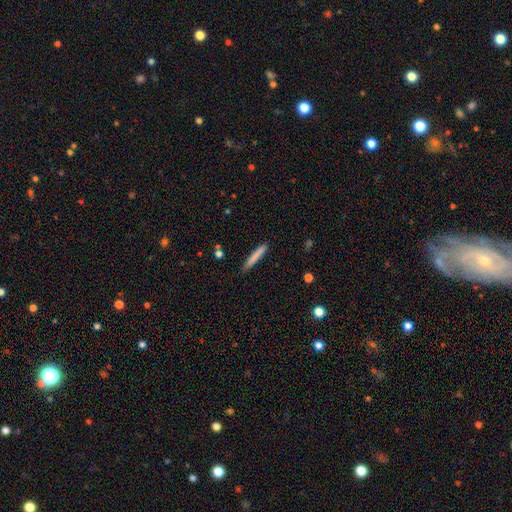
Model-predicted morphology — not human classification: Overall: smooth (79%). How rounded: cigar-shaped (95%). Merging: none (85%).